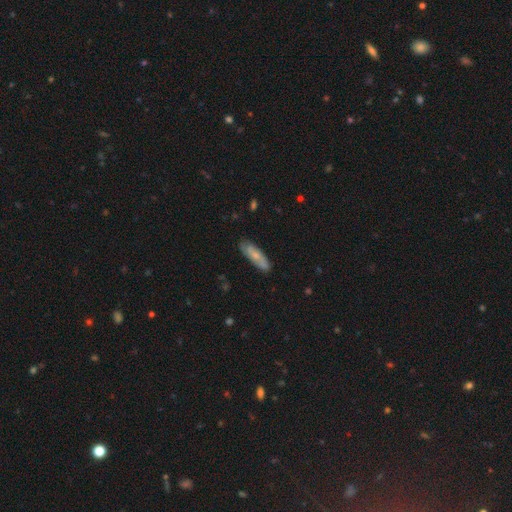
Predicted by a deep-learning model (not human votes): The model was most divided on "how rounded": cigar-shaped: 54%, in between: 43%, round: 2%. More confident: merging — none (79%); smooth or featured — smooth (53%).